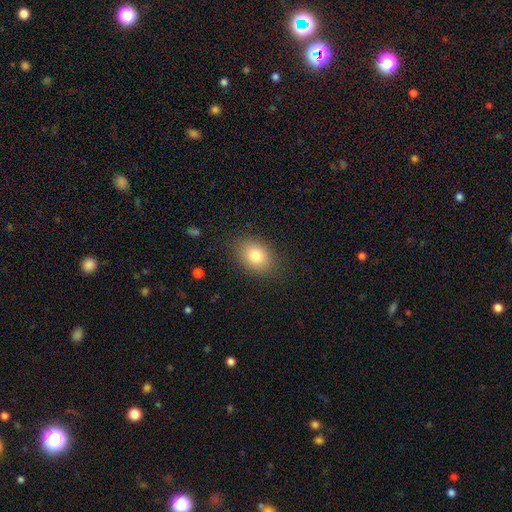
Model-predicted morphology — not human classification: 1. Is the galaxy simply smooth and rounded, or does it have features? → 80% smooth, 11% featured or disk, 9% star or artifact.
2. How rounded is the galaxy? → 71% in between, 28% round, 1% cigar-shaped.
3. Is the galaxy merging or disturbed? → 83% none, 12% minor disturbance, 4% major disturbance, 1% merger.